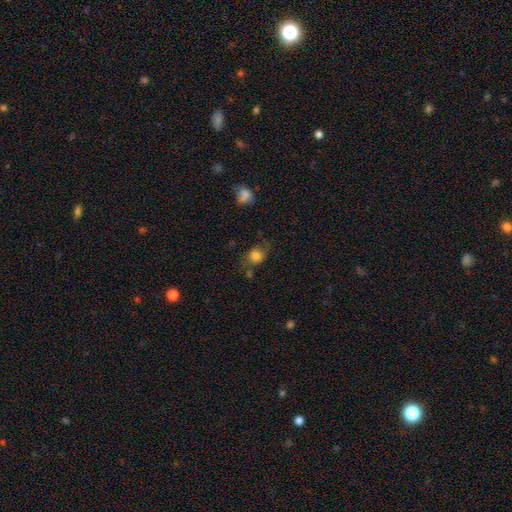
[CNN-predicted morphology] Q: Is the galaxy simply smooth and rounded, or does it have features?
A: smooth — 77%.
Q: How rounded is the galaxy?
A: round — 59%.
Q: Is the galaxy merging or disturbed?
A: none — 60%.